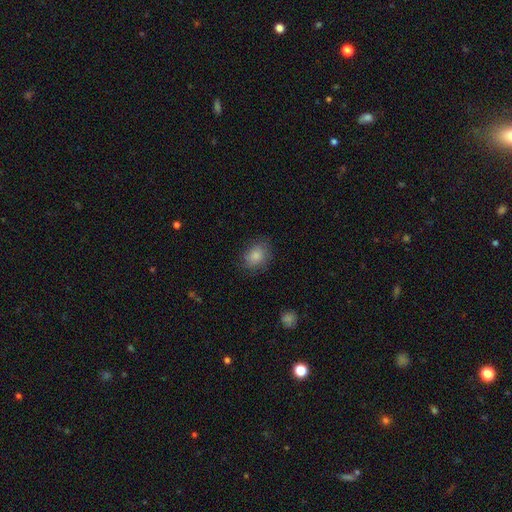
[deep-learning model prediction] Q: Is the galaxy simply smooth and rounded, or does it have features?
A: smooth — 83%.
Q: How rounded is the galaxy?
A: in between — 55%.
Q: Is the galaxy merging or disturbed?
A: none — 77%.